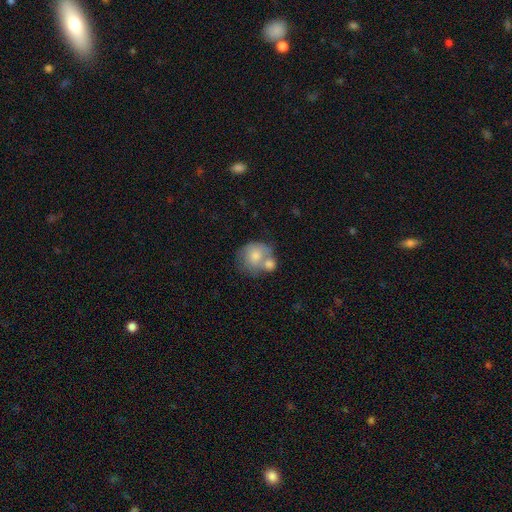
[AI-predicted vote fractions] Overall: smooth (72%). How rounded: round (74%). Merging: merger (53%; none 27%).